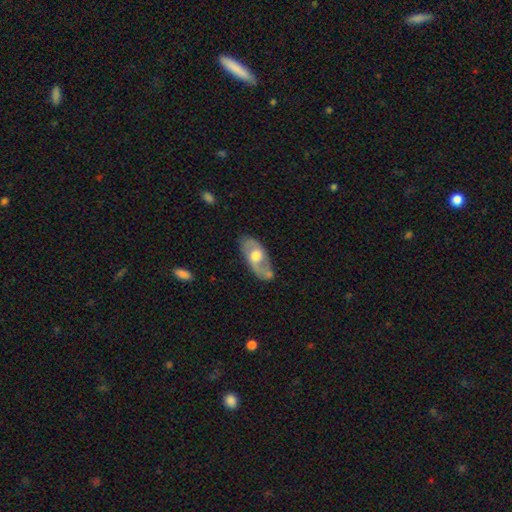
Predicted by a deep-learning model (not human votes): The model was most divided on "bulge size": moderate: 53%, large: 38%, small: 6%, dominant: 2%, none: 2%. More confident: edge-on disk — no (82%); merging — none (69%); bar — no (61%); smooth or featured — featured or disk (61%); spiral arms — yes (59%).